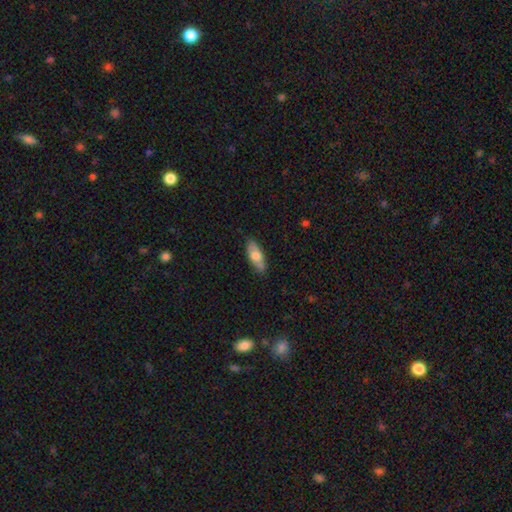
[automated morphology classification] type=smooth (67%); roundness=in between (72%); merging=none (85%).